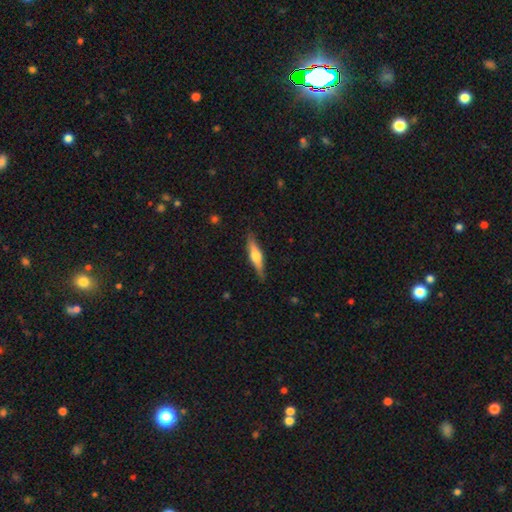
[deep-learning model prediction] smooth-or-featured: featured or disk: 55% | smooth: 39% | star or artifact: 6%
  disk-edge-on: yes: 95% | no: 5%
    edge-on-bulge: rounded: 89% | boxy: 7% | none: 4%
  merging: none: 85% | minor disturbance: 11% | major disturbance: 2% | merger: 1%